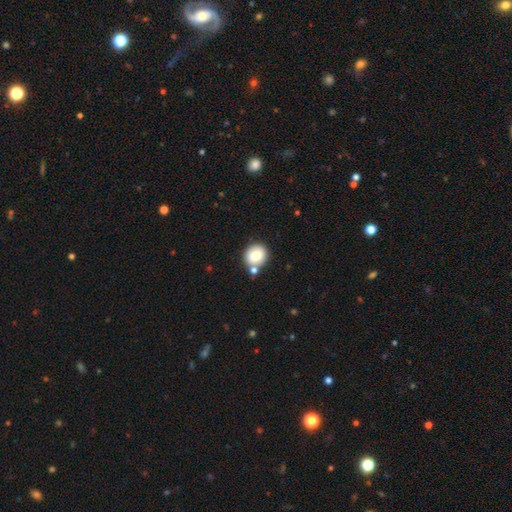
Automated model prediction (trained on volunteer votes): Overall: smooth (80%). How rounded: round (83%). Merging: none (68%).